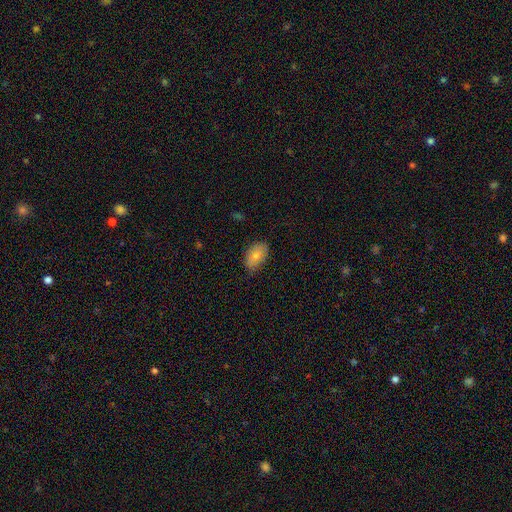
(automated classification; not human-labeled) smooth_or_featured: smooth (p=0.81) [alt: featured or disk p=0.12]
how_rounded: in between (p=0.90) [alt: round p=0.08]
merging: none (p=0.72) [alt: minor disturbance p=0.23]